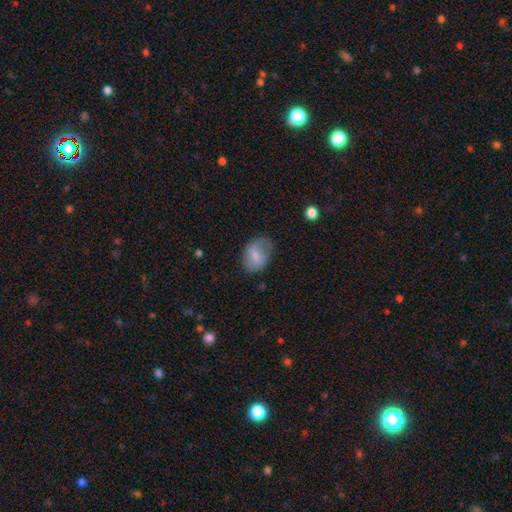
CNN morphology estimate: Smooth or featured? smooth (72%)
How rounded? in between (78%)
Merging? none (67%)